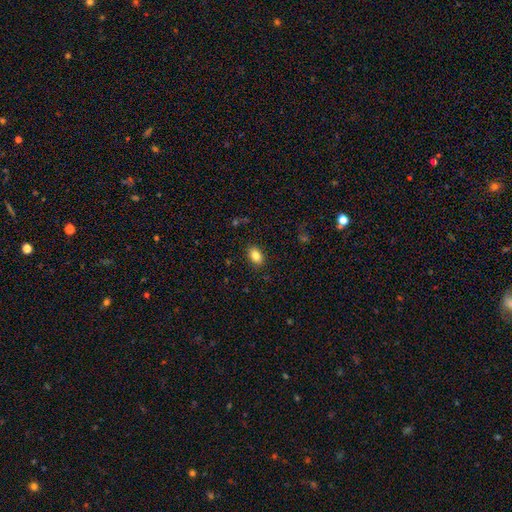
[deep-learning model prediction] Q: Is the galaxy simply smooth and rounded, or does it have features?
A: smooth — 83%.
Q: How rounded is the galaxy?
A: in between — 83%.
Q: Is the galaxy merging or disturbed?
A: none — 88%.